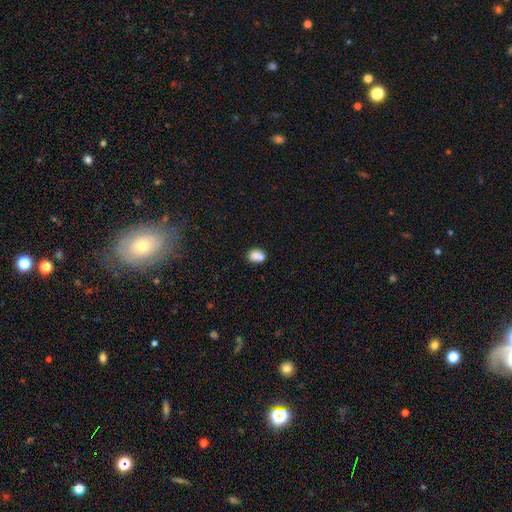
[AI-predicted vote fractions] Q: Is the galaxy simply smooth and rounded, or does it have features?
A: smooth — 75%.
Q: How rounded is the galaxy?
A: round — 62%.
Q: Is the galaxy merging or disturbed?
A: merger — 50%.